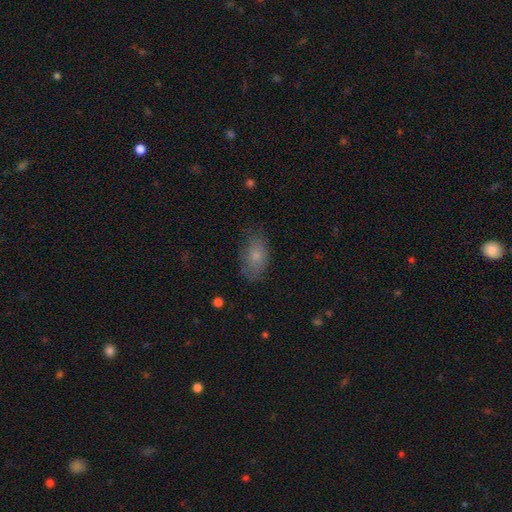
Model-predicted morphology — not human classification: Overall: smooth (76%). How rounded: in between (90%). Merging: none (71%).